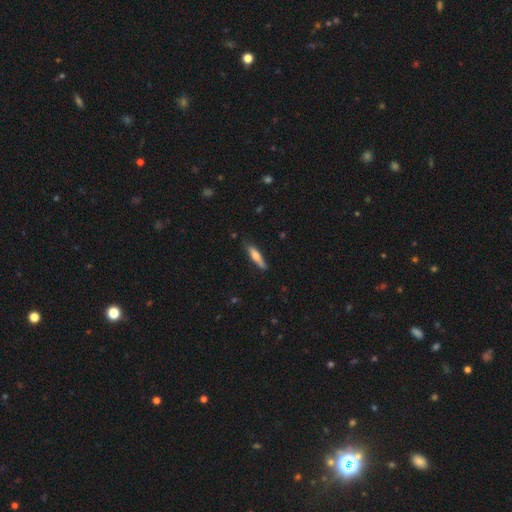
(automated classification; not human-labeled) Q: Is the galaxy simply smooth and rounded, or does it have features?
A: smooth — 57%.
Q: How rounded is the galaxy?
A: cigar-shaped — 80%.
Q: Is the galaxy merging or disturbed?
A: none — 79%.